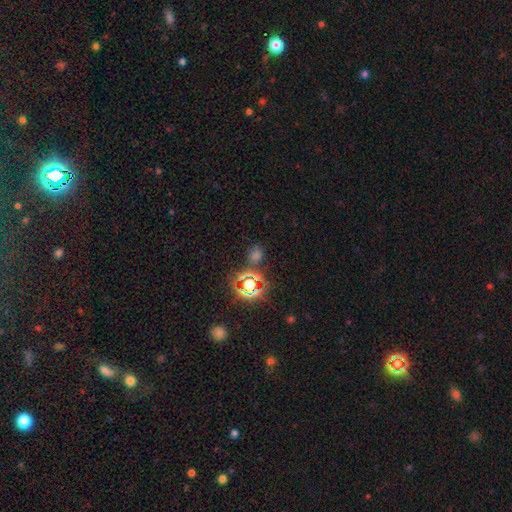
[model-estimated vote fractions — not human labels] Overall: star or artifact (57%; smooth 36%).